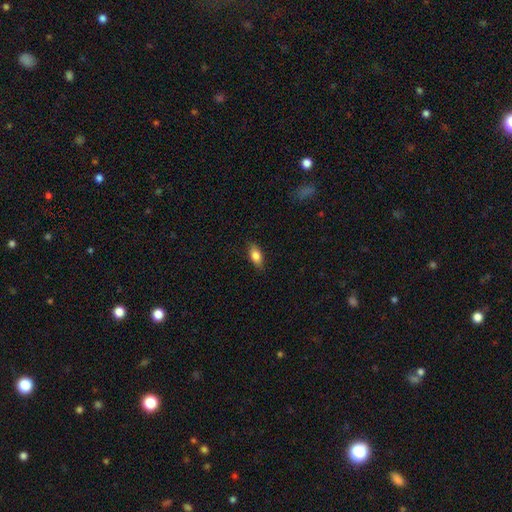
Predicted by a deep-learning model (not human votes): The model was most divided on "smooth or featured": smooth: 80%, featured or disk: 13%, star or artifact: 7%. More confident: merging — none (86%); how rounded — in between (83%).